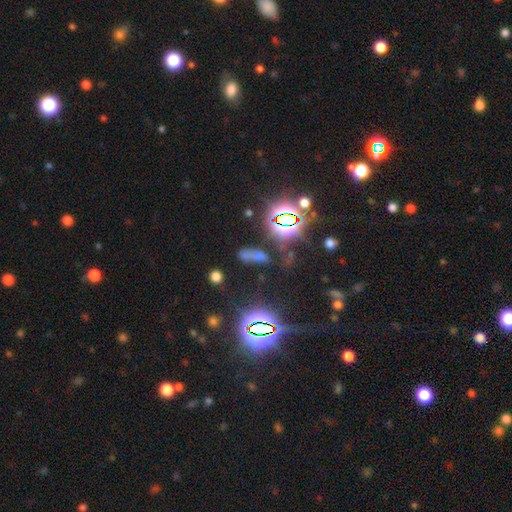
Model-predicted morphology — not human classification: type=smooth (44%, tied with star or artifact); merging=none (52%).